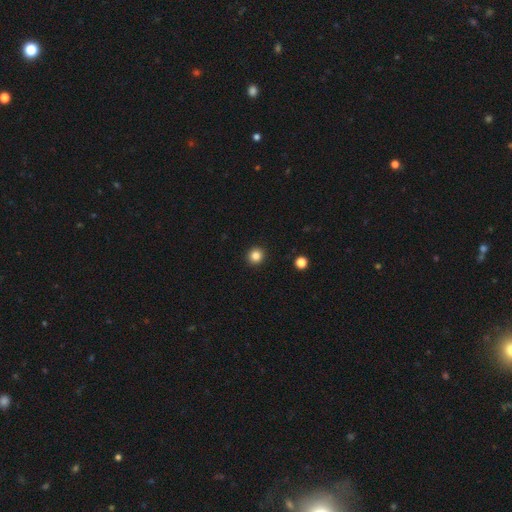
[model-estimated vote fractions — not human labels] A smooth galaxy with no disk features (84%) that is round (91%).

Vote fractions:
- Smooth or featured? smooth: 84% / star or artifact: 12% / featured or disk: 4%
- How rounded? round: 91% / in between: 8% / cigar-shaped: 1%
- Merging? none: 93% / minor disturbance: 5% / major disturbance: 2% / merger: 1%